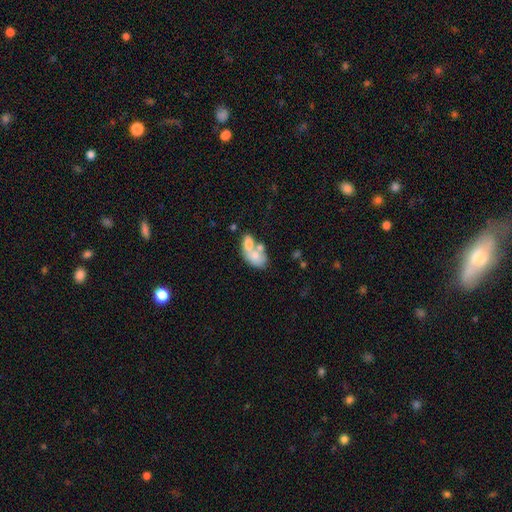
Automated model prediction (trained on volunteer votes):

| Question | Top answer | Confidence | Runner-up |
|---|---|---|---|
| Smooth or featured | smooth | 62% | featured or disk (30%) |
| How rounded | in between | 86% | round (12%) |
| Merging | merger | 65% | none (18%) |